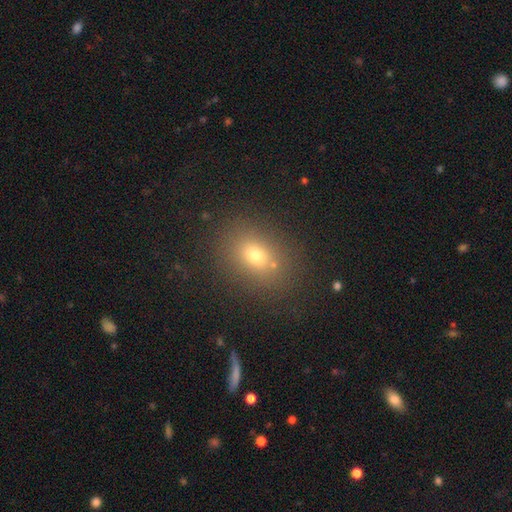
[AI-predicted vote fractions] smooth_or_featured: smooth (p=0.68) [alt: star or artifact p=0.19]
how_rounded: in between (p=0.58) [alt: round p=0.41]
merging: none (p=0.80) [alt: minor disturbance p=0.10]